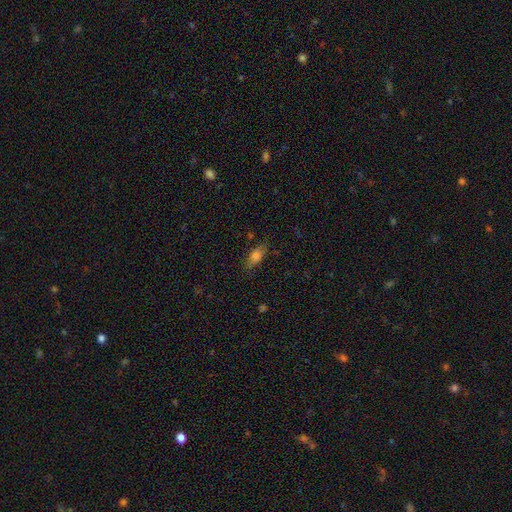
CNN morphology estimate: The model was most divided on "how rounded": in between: 72%, cigar-shaped: 23%, round: 6%. More confident: merging — none (73%); smooth or featured — smooth (69%).